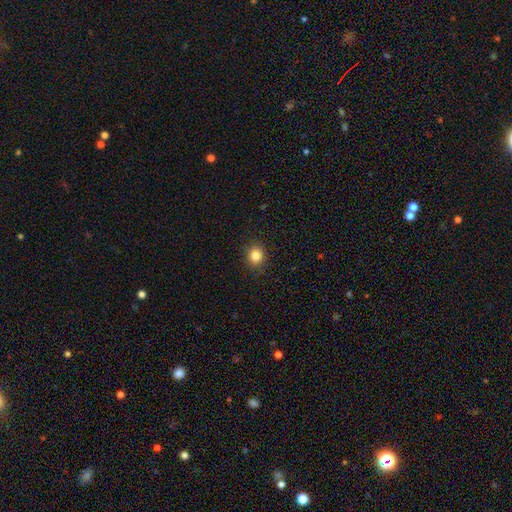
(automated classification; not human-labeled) Overall: smooth (83%). How rounded: round (79%). Merging: none (90%).